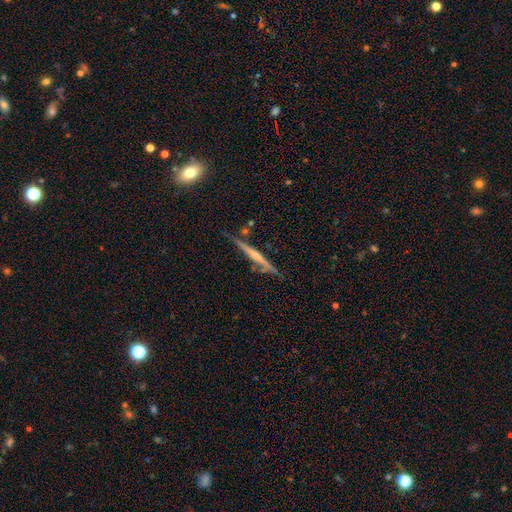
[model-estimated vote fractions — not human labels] Smooth or featured?
  - featured or disk: 70% *
  - smooth: 23%
  - star or artifact: 7%
Edge-on disk?
  - yes: 97% *
  - no: 3%
Edge-on bulge?
  - rounded: 56% *
  - none: 36%
  - boxy: 8%
Merging?
  - none: 78% *
  - minor disturbance: 15%
  - merger: 5%
  - major disturbance: 3%